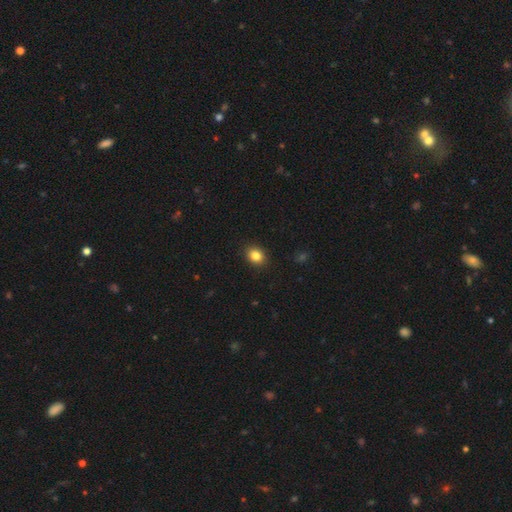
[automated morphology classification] This is clearly a smooth galaxy (85%). How rounded: possibly in between (52%). Merging: clearly none (90%).